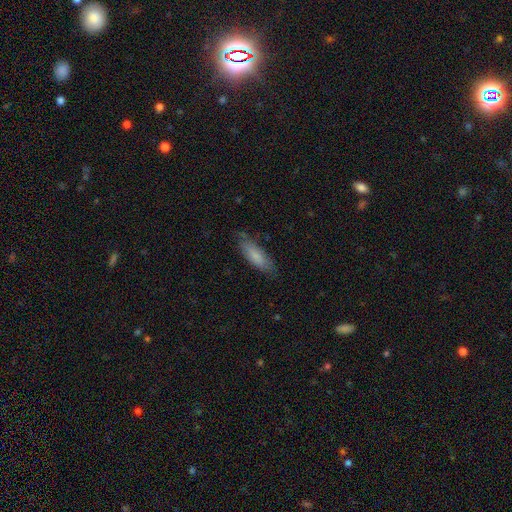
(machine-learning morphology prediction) A smooth galaxy with no disk features (77%) that is in between round and cigar-shaped (51%). Merging: none (77%).